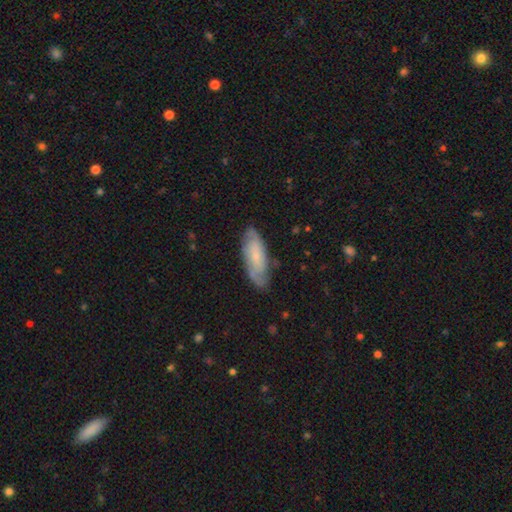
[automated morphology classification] A featured or disk galaxy (55%). Merging: none (76%).